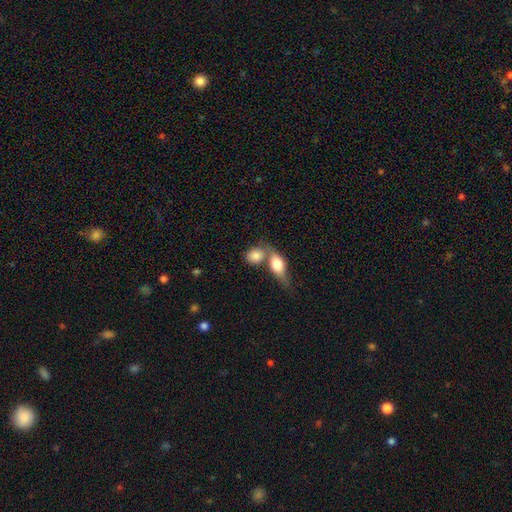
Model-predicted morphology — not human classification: A smooth galaxy with no disk features (82%) that is in between round and cigar-shaped (55%).

Vote fractions:
- Smooth or featured? smooth: 82% / featured or disk: 12% / star or artifact: 6%
- How rounded? in between: 55% / round: 40% / cigar-shaped: 4%
- Merging? merger: 55% / none: 31% / minor disturbance: 9% / major disturbance: 5%